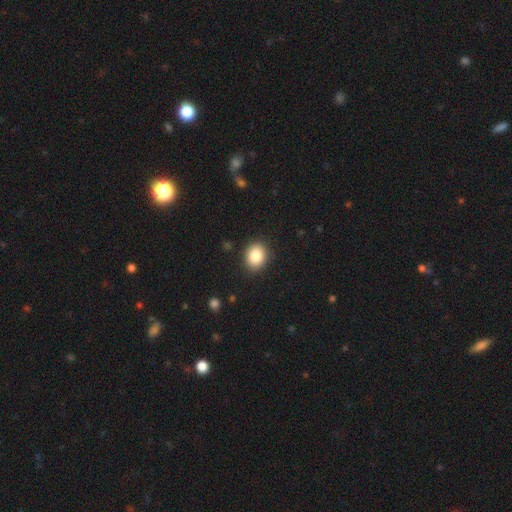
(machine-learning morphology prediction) Overall: smooth (86%). How rounded: round (52%; in between 47%). Merging: none (89%).